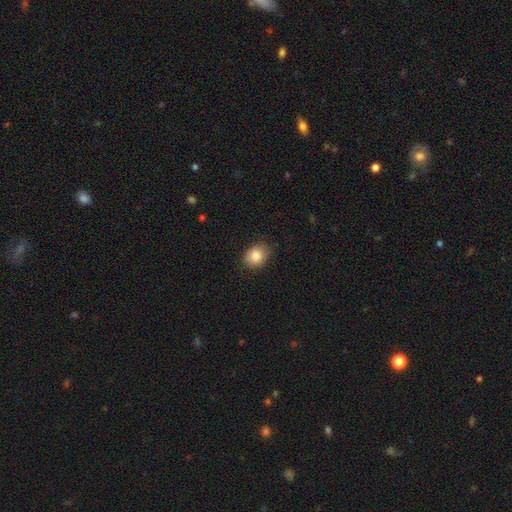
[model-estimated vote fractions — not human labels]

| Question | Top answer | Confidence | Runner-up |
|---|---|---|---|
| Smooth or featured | smooth | 84% | star or artifact (8%) |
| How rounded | in between | 51% | round (48%) |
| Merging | none | 78% | minor disturbance (17%) |